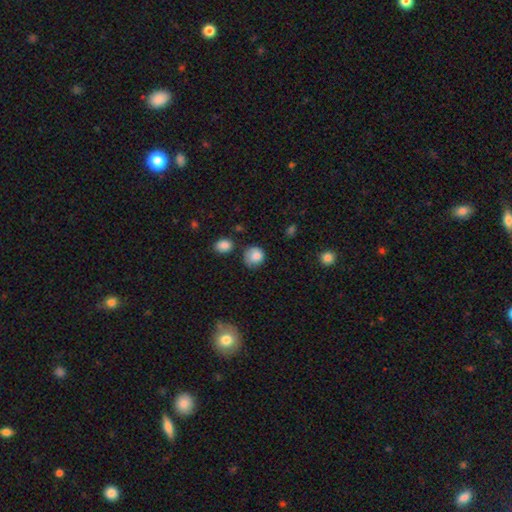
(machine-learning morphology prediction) smooth_or_featured: smooth (p=0.84) [alt: star or artifact p=0.09]
how_rounded: round (p=0.81) [alt: in between p=0.18]
merging: none (p=0.63) [alt: minor disturbance p=0.26]